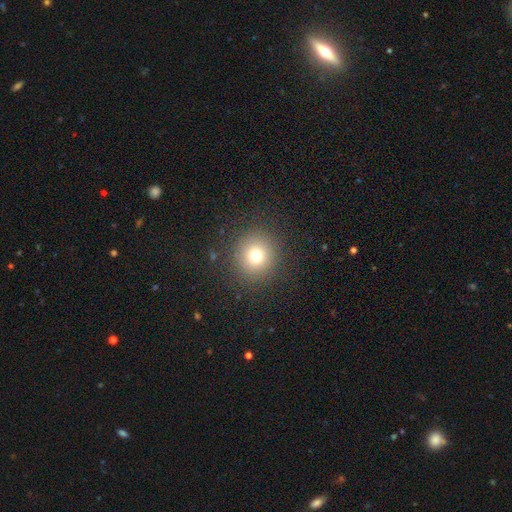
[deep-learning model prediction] A smooth galaxy with no disk features (74%) that is round (92%). Merging: none (88%).